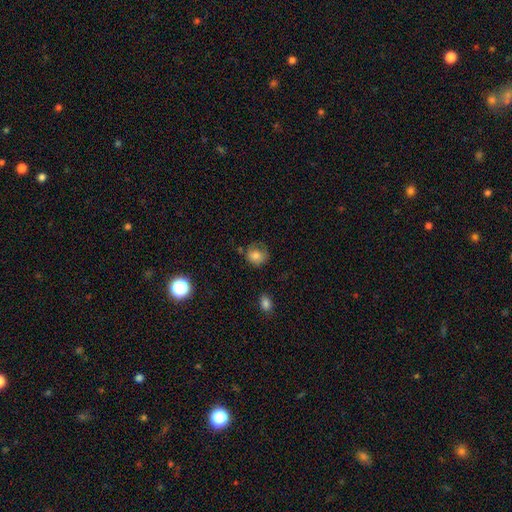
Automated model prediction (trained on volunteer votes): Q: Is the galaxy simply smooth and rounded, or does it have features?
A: smooth — 81%.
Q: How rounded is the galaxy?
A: round — 71%.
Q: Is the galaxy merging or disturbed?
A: none — 59%.